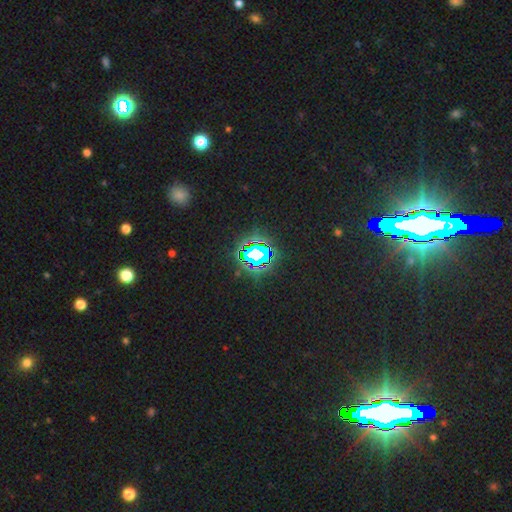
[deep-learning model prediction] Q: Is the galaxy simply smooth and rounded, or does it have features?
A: star or artifact — 76%.